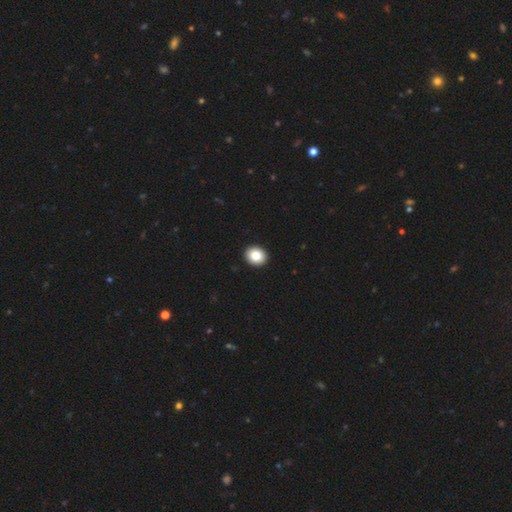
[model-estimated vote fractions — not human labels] Overall: smooth (85%). How rounded: round (69%; in between 30%). Merging: none (94%).